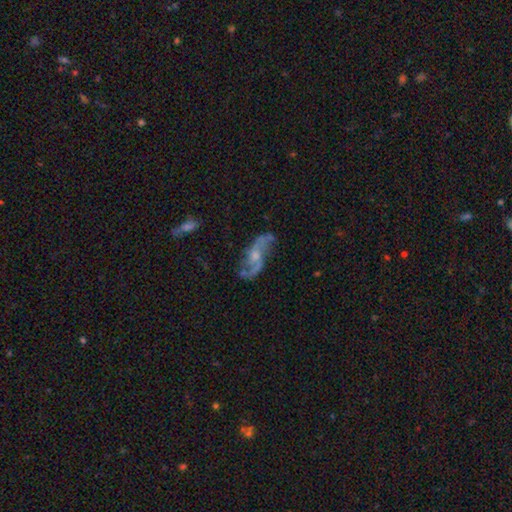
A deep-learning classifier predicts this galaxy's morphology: Smooth or featured?
  - featured or disk: 81% *
  - smooth: 12%
  - star or artifact: 7%
Edge-on disk?
  - no: 93% *
  - yes: 7%
Bar?
  - no: 59% *
  - weak: 34%
  - strong: 7%
Spiral arms?
  - yes: 92% *
  - no: 8%
Spiral winding?
  - loose: 67% *
  - medium: 26%
  - tight: 7%
Spiral arm count?
  - 2: 88% *
  - can't tell: 5%
  - 3: 2%
  - 1: 2%
  - 4: 1%
  - more than 4: 1%
Bulge size?
  - small: 44% *
  - moderate: 42%
  - none: 9%
  - large: 4%
  - dominant: 1%
Merging?
  - none: 65% *
  - minor disturbance: 20%
  - major disturbance: 13%
  - merger: 3%